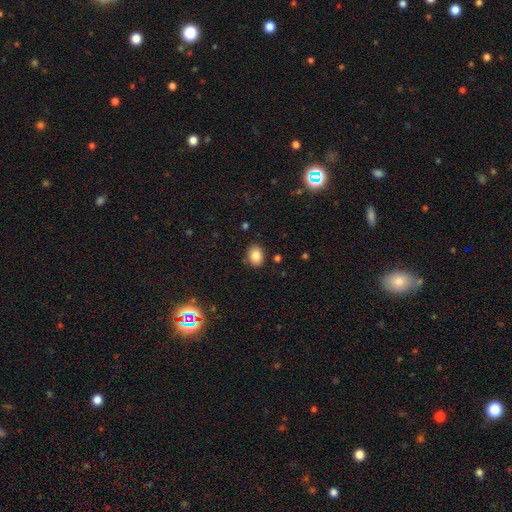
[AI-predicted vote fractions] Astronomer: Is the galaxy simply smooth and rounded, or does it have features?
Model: smooth — 84%.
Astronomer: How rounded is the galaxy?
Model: in between — 56% (runner-up: round, 43%).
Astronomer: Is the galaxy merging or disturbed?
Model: none — 86%.